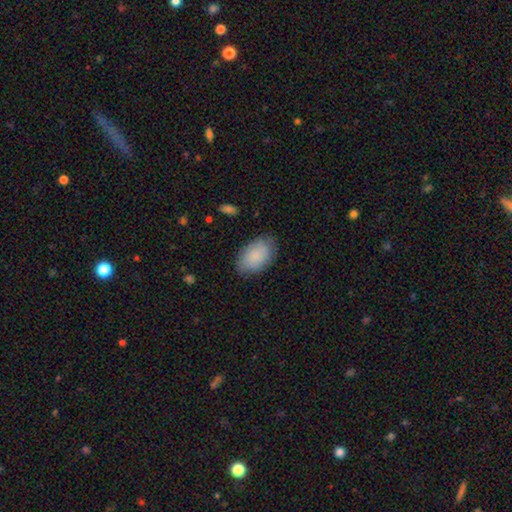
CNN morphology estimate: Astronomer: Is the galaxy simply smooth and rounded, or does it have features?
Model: smooth — 84%.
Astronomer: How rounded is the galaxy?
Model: in between — 91%.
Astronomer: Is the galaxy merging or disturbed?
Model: none — 80%.